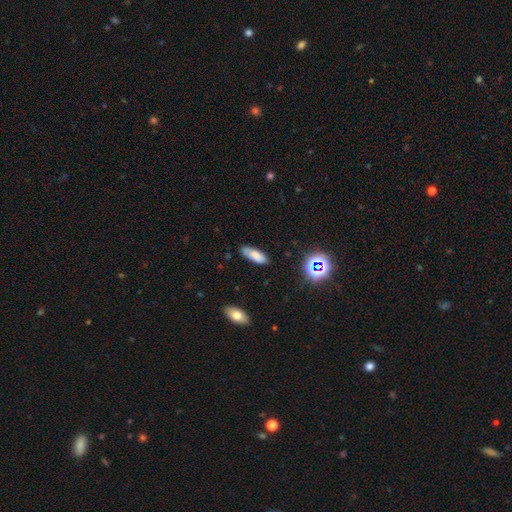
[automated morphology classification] Smooth or featured?
  - smooth: 78% *
  - featured or disk: 11%
  - star or artifact: 10%
How rounded?
  - in between: 73% *
  - cigar-shaped: 25%
  - round: 2%
Merging?
  - none: 77% *
  - minor disturbance: 17%
  - major disturbance: 4%
  - merger: 2%